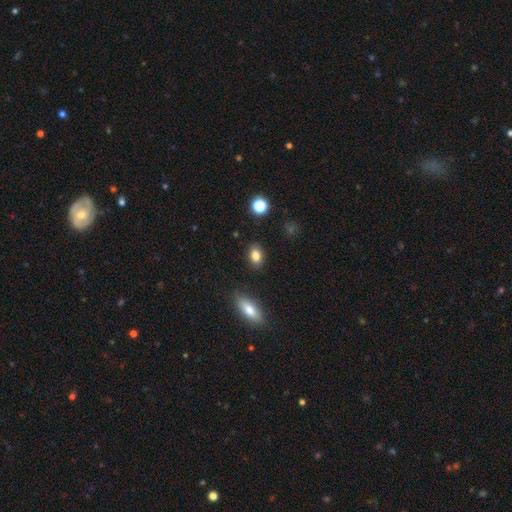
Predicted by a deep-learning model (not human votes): smooth 84%, star or artifact 9%, featured or disk 7%. Down the decision tree: how rounded — in between (79%); merging — none (86%).